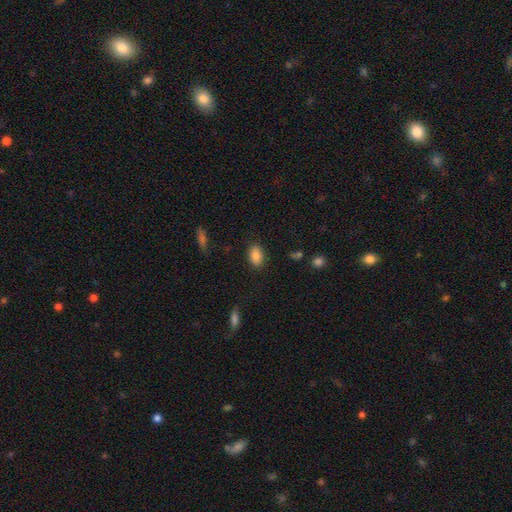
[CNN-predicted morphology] Smooth or featured?
  - smooth: 88% *
  - star or artifact: 8%
  - featured or disk: 4%
How rounded?
  - in between: 90% *
  - round: 8%
  - cigar-shaped: 2%
Merging?
  - none: 86% *
  - minor disturbance: 10%
  - major disturbance: 3%
  - merger: 1%